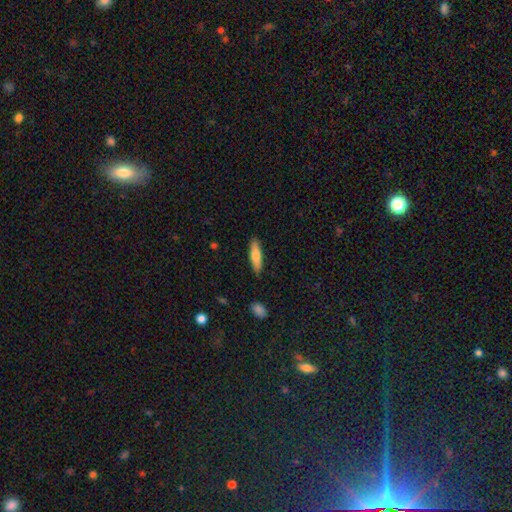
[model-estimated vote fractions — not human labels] A smooth galaxy with no disk features (73%) that is cigar-shaped (68%). Merging: none (87%).